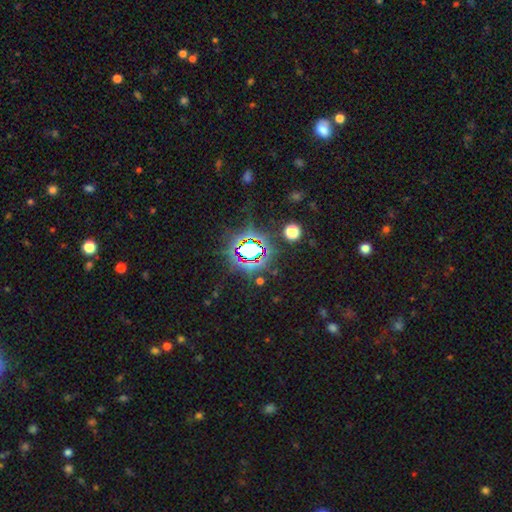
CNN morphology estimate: A star or artifact, not a galaxy (80%).

Vote fractions:
- Smooth or featured? star or artifact: 80% / smooth: 12% / featured or disk: 8%